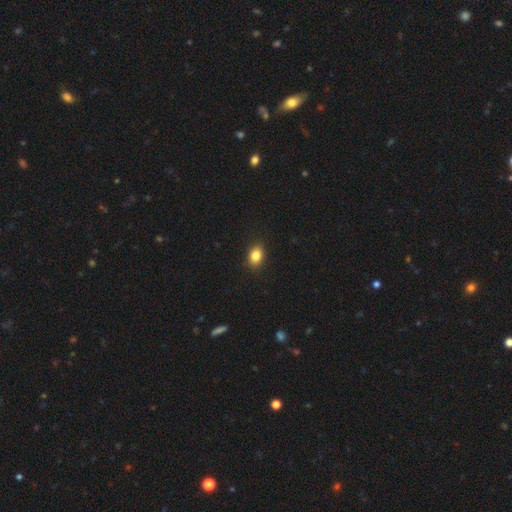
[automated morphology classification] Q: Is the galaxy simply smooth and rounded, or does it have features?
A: smooth — 84%.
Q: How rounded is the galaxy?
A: in between — 74%.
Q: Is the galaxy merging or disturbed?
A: none — 88%.